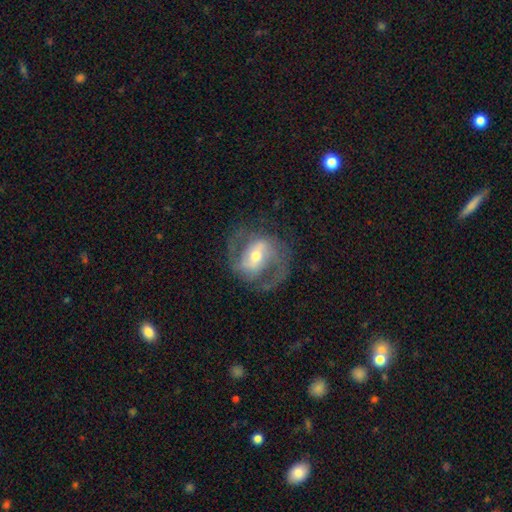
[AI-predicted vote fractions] The model was most divided on "bar": weak: 42%, strong: 39%, no: 19%. More confident: edge-on disk — no (97%); spiral arms — yes (93%); spiral arm count — 2 (86%); smooth or featured — featured or disk (85%); merging — none (71%); bulge size — moderate (59%); spiral winding — medium (56%).